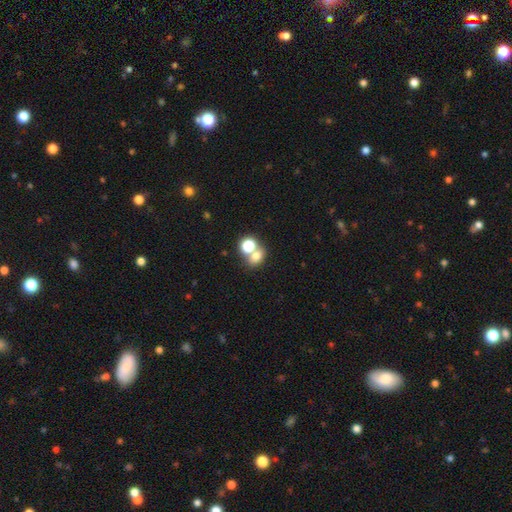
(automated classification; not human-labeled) This is likely a smooth galaxy (70%). How rounded: possibly round (55%). Merging: marginally none (45%).